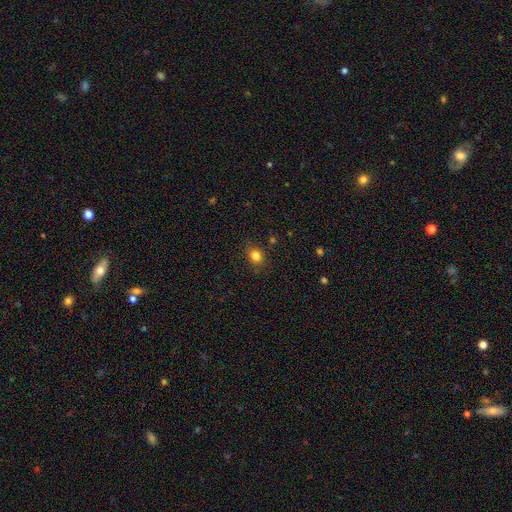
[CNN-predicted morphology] This is clearly a smooth galaxy (82%). How rounded: possibly round (59%). Merging: clearly none (82%).